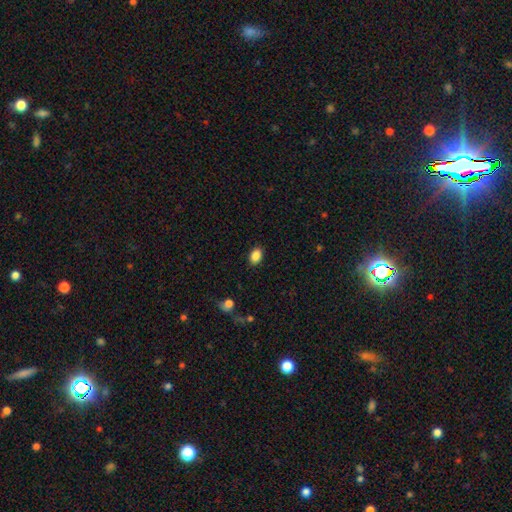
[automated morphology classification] Smooth or featured?
  - smooth: 87% *
  - star or artifact: 9%
  - featured or disk: 4%
How rounded?
  - in between: 81% *
  - round: 18%
  - cigar-shaped: 1%
Merging?
  - none: 88% *
  - minor disturbance: 9%
  - major disturbance: 2%
  - merger: 1%